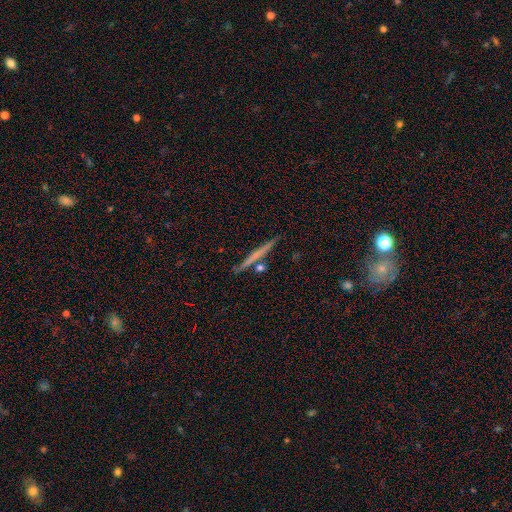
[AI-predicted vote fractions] Smooth or featured: featured or disk — 47% (smooth — 46%)
Merging: none — 87% (minor disturbance — 7%)